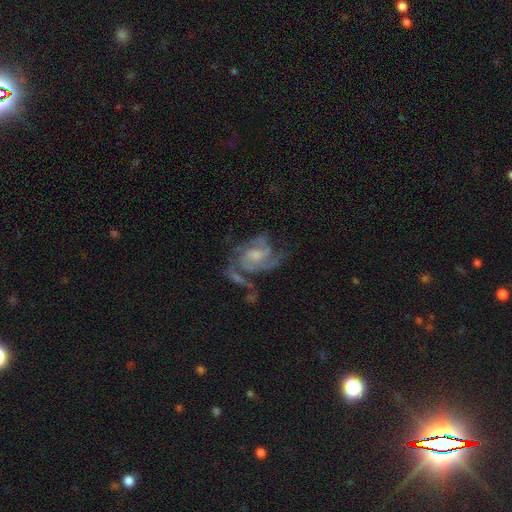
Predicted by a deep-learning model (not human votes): Overall: featured or disk (85%). Edge-on disk: no (98%). Bar: no (51%; weak 40%). Spiral arms: yes (94%). Spiral arm count: 2 (46%; 3 25%). Spiral winding: medium (48%; tight 37%). Bulge size: small (44%; moderate 39%). Merging: none (44%; major disturbance 25%).